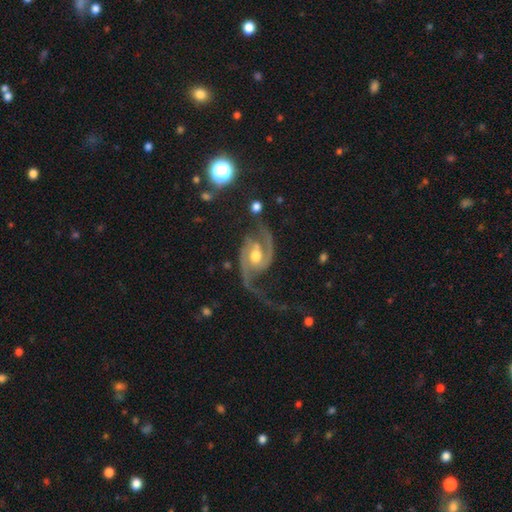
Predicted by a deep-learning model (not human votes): Morphology: type=featured or disk (91%); edge-on=no (98%); bar=no (43%); spiral arms=yes (98%); winding=medium (45%); arm count=2 (92%); bulge=moderate (74%); merging=none (56%).